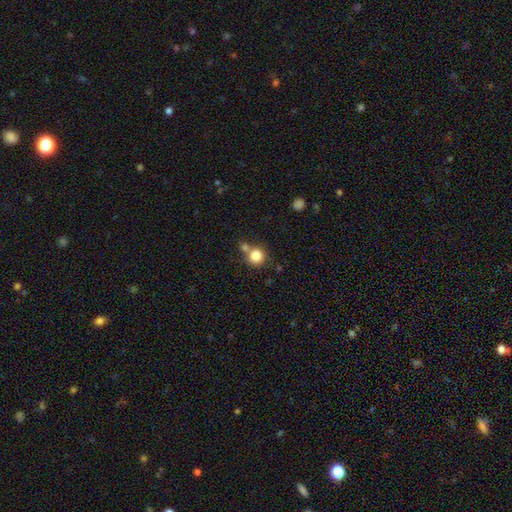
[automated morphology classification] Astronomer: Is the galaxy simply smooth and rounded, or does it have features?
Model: smooth — 83%.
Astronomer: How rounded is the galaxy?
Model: round — 91%.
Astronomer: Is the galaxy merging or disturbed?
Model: none — 61%.